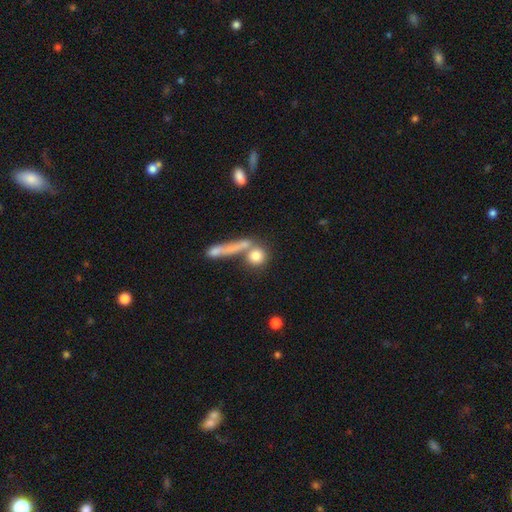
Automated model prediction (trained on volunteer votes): This is likely a smooth galaxy (76%). How rounded: likely round (78%). Merging: possibly none (56%).